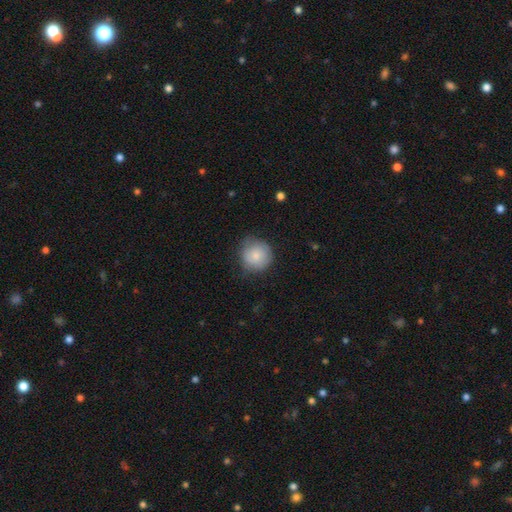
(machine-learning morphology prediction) smooth-or-featured: smooth: 81% | featured or disk: 12% | star or artifact: 7%
  how-rounded: round: 92% | in between: 7% | cigar-shaped: 1%
  merging: none: 70% | minor disturbance: 23% | major disturbance: 5% | merger: 1%